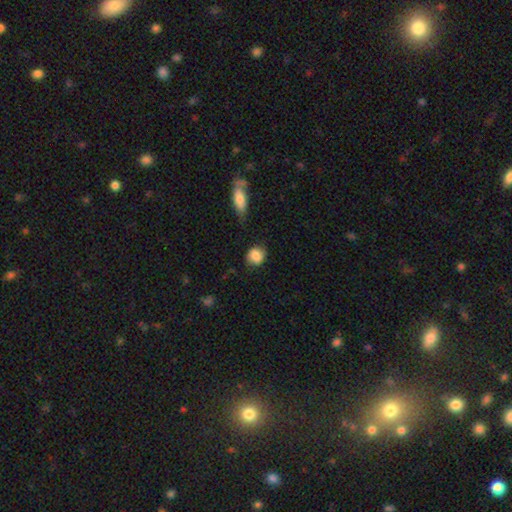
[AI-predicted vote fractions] Overall: smooth (84%). How rounded: round (74%). Merging: none (70%).